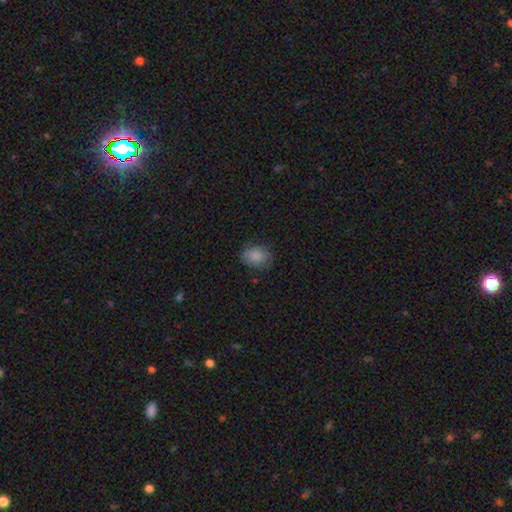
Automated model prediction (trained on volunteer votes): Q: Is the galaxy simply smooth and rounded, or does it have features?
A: smooth — 86%.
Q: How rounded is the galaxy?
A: in between — 63%.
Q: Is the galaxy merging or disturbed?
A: none — 74%.